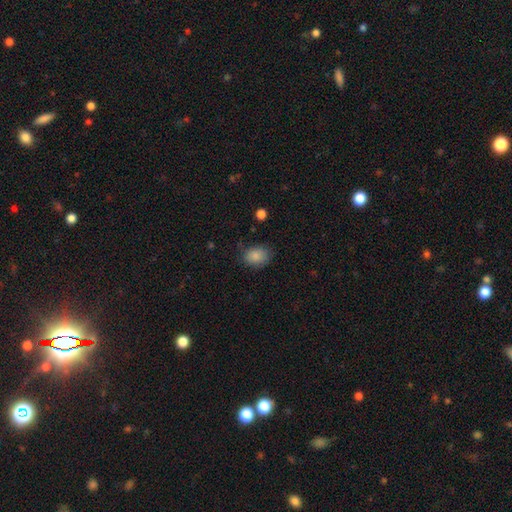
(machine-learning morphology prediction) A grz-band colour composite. It shows a smooth galaxy with no disk features (86%) that is in between round and cigar-shaped (64%). Merging: none (74%).